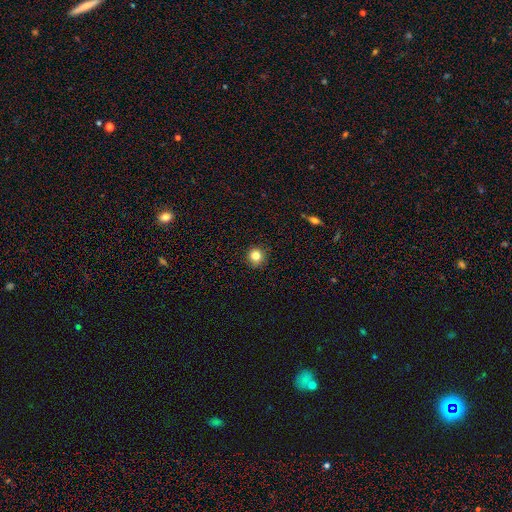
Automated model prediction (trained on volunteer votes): Morphology: type=smooth (83%); roundness=round (93%); merging=none (92%).